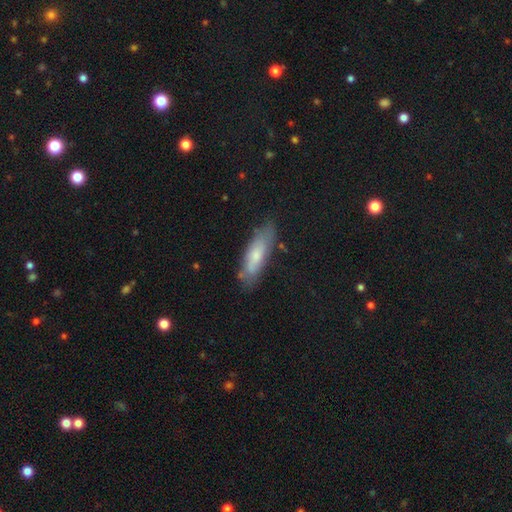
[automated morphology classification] smooth 60%, featured or disk 32%, star or artifact 7%. Down the decision tree: how rounded — cigar-shaped (50%); merging — none (71%).